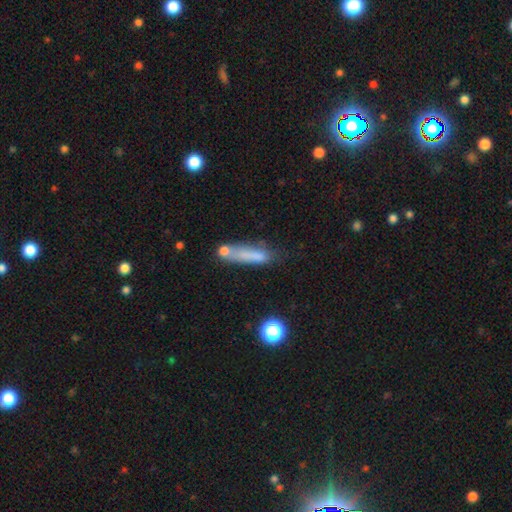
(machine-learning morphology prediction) Smooth or featured: smooth — 70% (featured or disk — 19%)
How rounded: cigar-shaped — 80% (in between — 17%)
Merging: none — 52% (minor disturbance — 23%)